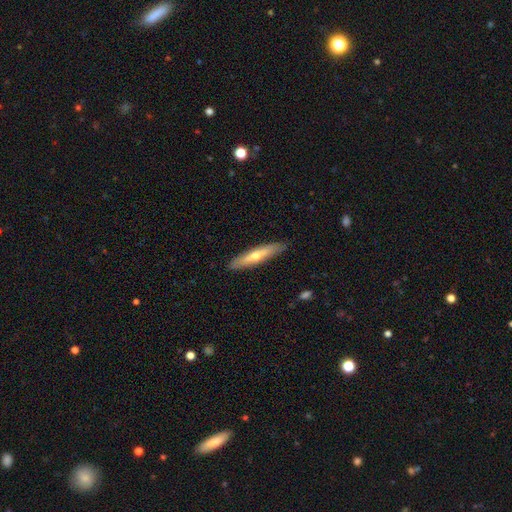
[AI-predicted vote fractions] Smooth or featured? featured or disk (48%)
Merging? none (88%)